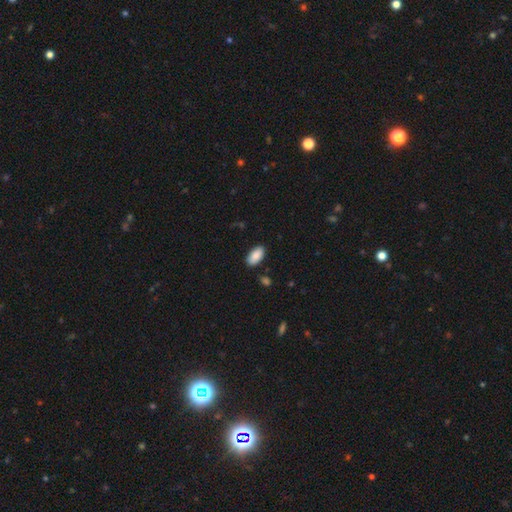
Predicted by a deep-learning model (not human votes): smooth-or-featured: smooth: 89% | star or artifact: 6% | featured or disk: 5%
  how-rounded: in between: 95% | cigar-shaped: 3% | round: 2%
  merging: none: 86% | minor disturbance: 10% | major disturbance: 2% | merger: 2%